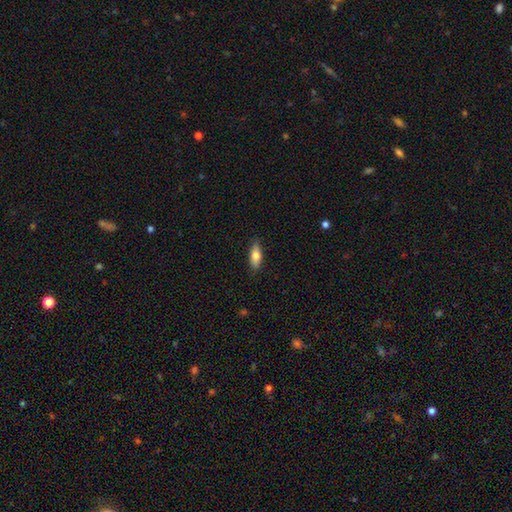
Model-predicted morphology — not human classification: type=smooth (73%); roundness=in between (67%); merging=none (86%).